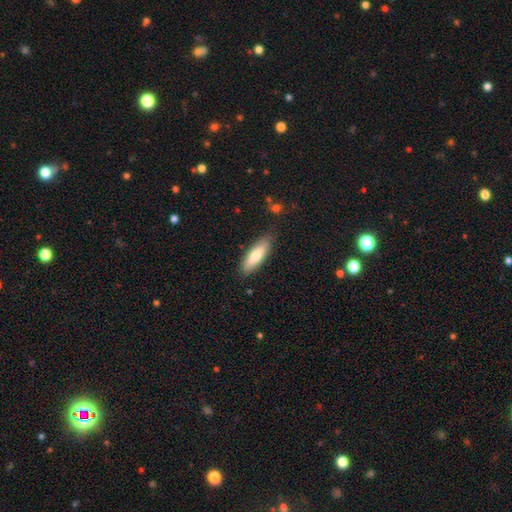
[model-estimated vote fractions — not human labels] Overall: smooth (73%). How rounded: in between (54%; cigar-shaped 45%). Merging: none (83%).